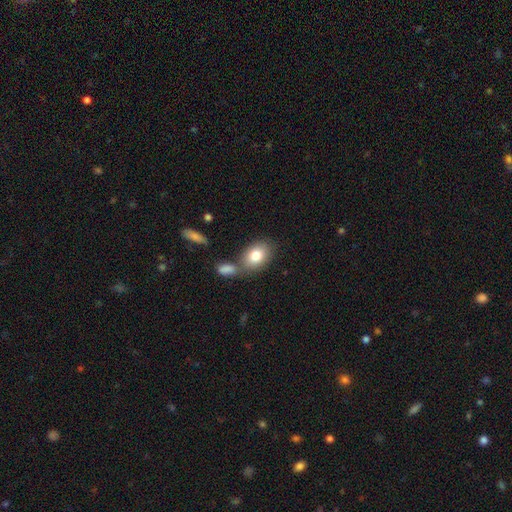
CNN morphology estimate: This appears to be a smooth galaxy with no disk features (81%) that is in between round and cigar-shaped (82%). Merging: none (58%).